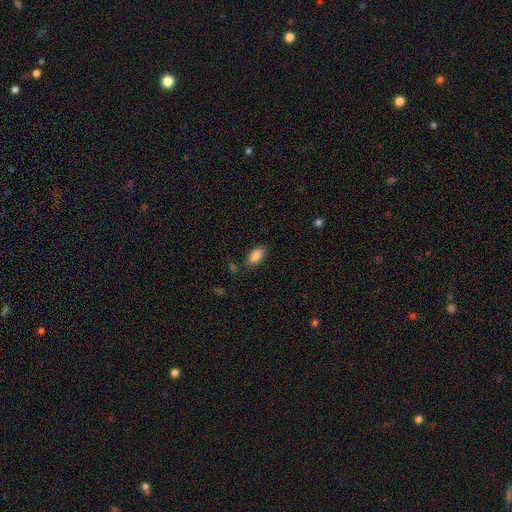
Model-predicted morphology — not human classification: type=smooth (87%); roundness=in between (92%); merging=none (81%).